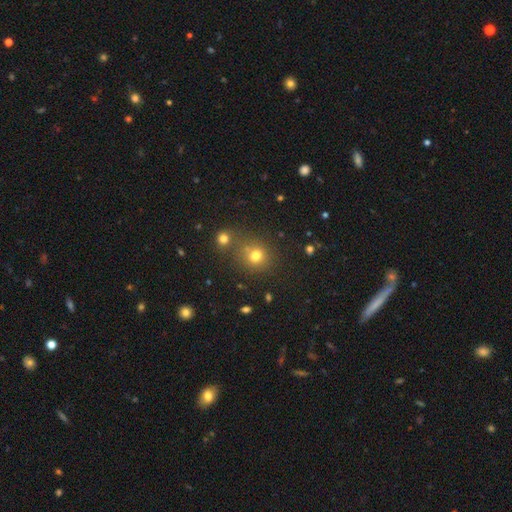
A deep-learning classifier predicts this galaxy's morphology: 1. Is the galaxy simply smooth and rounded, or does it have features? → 75% smooth, 18% star or artifact, 8% featured or disk.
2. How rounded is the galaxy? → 84% round, 15% in between, 1% cigar-shaped.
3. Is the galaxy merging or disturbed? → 63% none, 22% merger, 10% minor disturbance, 4% major disturbance.